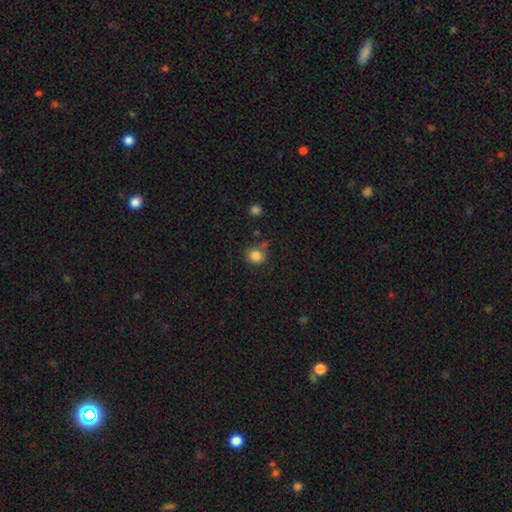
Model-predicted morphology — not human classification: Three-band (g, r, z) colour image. It shows a smooth galaxy with no disk features (84%) that is round (76%). Merging: none (74%).